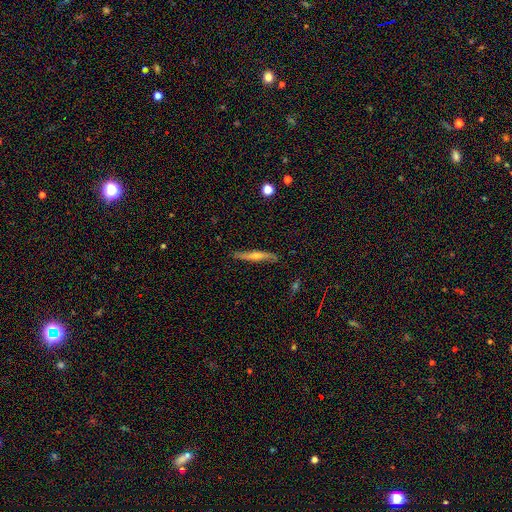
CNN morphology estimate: smooth-or-featured: featured or disk: 63% | smooth: 30% | star or artifact: 7%
  disk-edge-on: yes: 89% | no: 11%
    edge-on-bulge: rounded: 79% | none: 16% | boxy: 4%
  merging: none: 83% | minor disturbance: 13% | major disturbance: 2% | merger: 1%